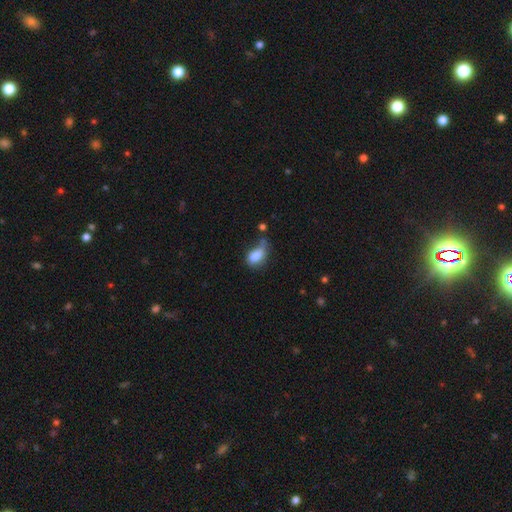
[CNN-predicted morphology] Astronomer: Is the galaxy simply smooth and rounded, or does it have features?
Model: smooth — 78%.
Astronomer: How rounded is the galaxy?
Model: in between — 83%.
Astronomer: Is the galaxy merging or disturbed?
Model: minor disturbance — 30% (runner-up: major disturbance, 28%).